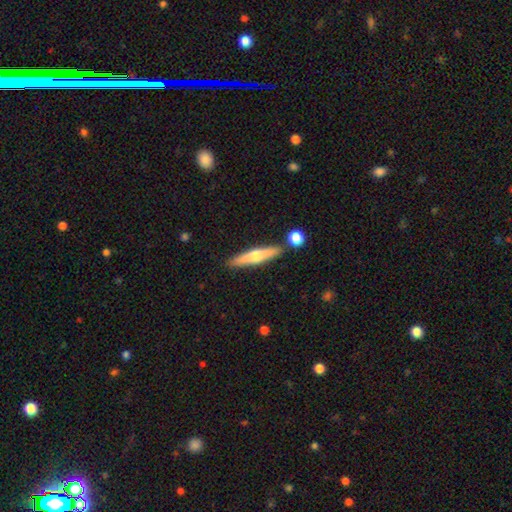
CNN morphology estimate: Smooth or featured? Predicted: featured or disk (p=0.49). Merging? Predicted: none (p=0.86).